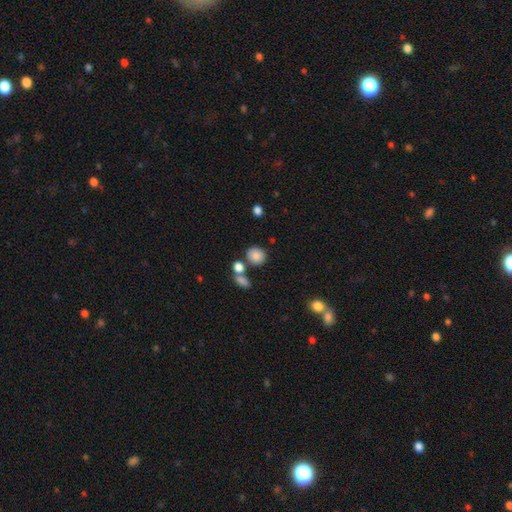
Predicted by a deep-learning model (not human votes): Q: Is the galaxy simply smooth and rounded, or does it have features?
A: smooth — 84%.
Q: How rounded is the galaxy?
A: round — 76%.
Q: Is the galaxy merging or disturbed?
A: none — 69%.